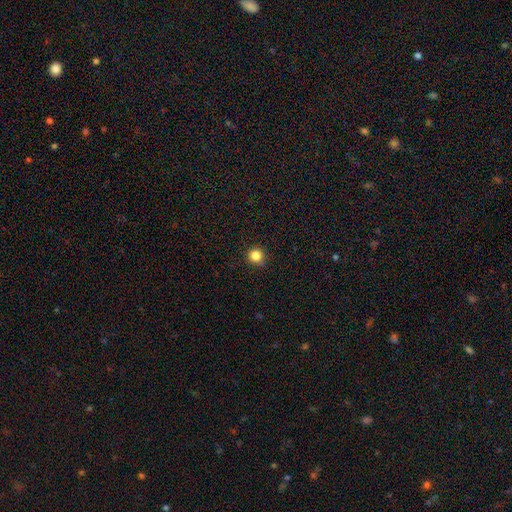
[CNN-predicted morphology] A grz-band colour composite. It shows a smooth galaxy with no disk features (84%) that is round (95%). Merging: none (90%).